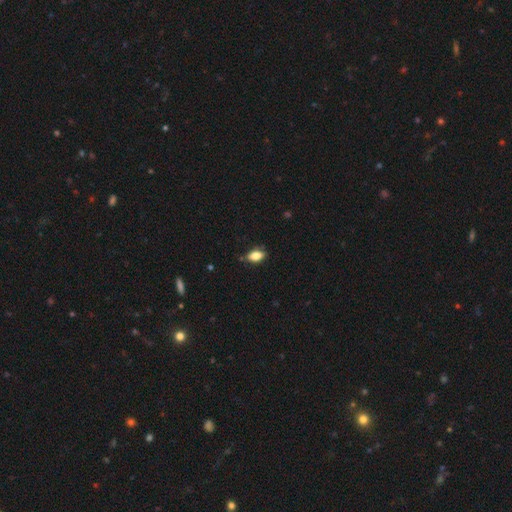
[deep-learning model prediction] Smooth or featured? smooth (82%)
How rounded? in between (88%)
Merging? none (75%)